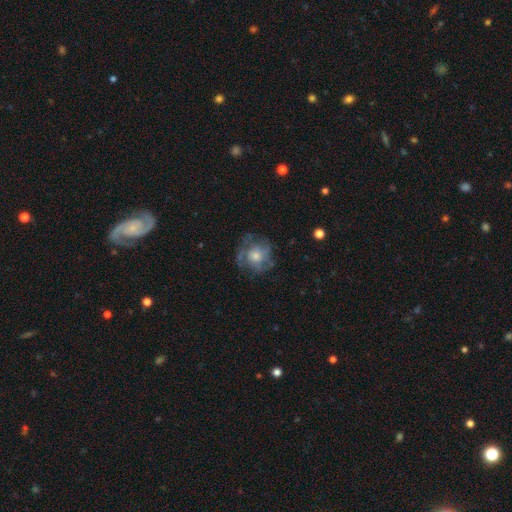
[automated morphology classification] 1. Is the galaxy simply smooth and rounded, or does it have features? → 56% featured or disk, 33% smooth, 11% star or artifact.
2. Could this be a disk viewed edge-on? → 97% no, 3% yes.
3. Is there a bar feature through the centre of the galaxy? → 84% no, 14% weak, 2% strong.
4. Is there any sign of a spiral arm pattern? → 61% yes, 39% no.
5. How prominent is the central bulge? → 57% moderate, 25% small, 13% large, 3% none, 2% dominant.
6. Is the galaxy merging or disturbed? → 66% none, 19% minor disturbance, 14% major disturbance, 1% merger.